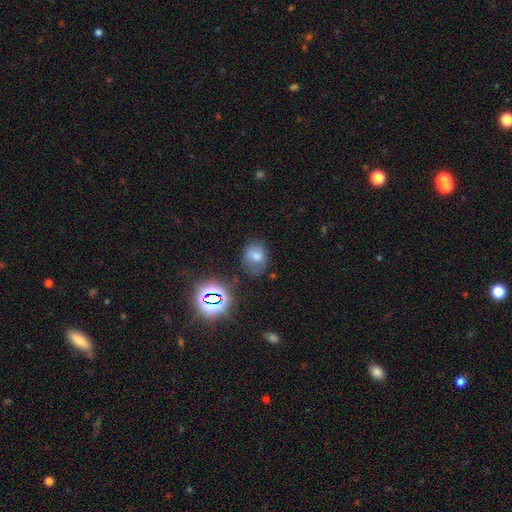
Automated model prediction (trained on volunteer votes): Overall: smooth (60%; star or artifact 25%). How rounded: round (52%; in between 47%). Merging: none (71%).